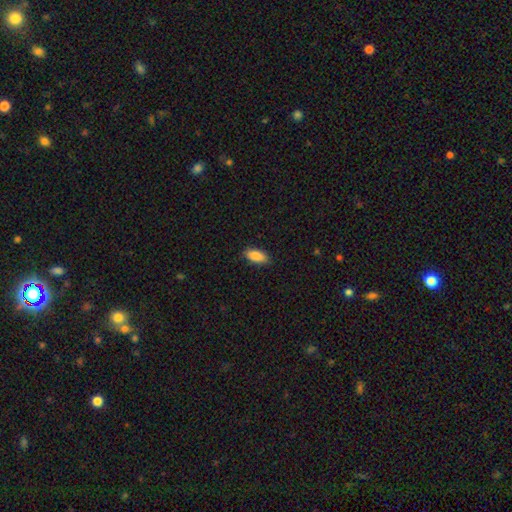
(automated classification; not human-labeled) The model was most divided on "merging": none: 86%, minor disturbance: 11%, major disturbance: 2%, merger: 1%. More confident: how rounded — in between (87%); smooth or featured — smooth (87%).